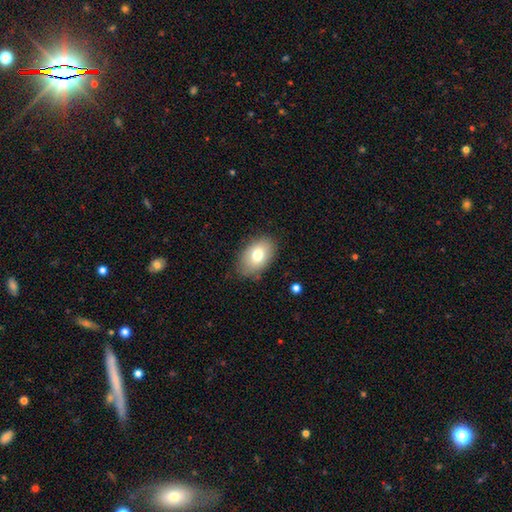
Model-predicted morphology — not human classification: smooth 72%, featured or disk 15%, star or artifact 13%. Down the decision tree: how rounded — in between (83%); merging — none (86%).